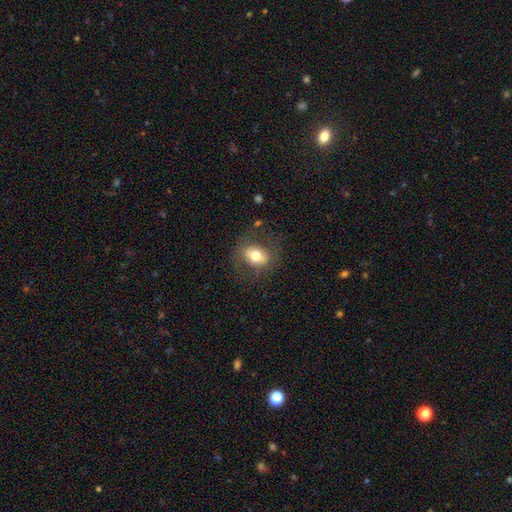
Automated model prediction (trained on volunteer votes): A smooth galaxy with no disk features (66%) that is in between round and cigar-shaped (66%). Merging: none (76%).